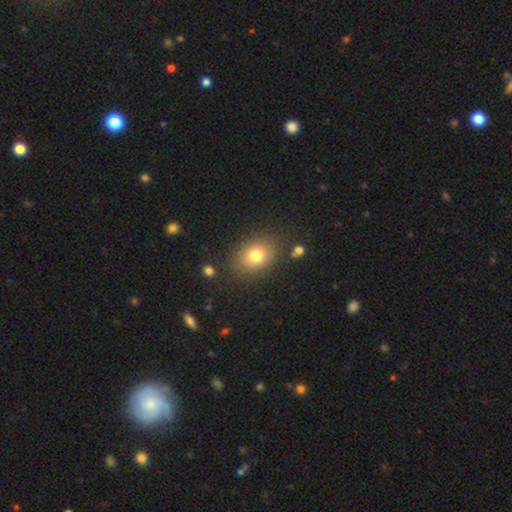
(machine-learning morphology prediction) The model was most divided on "how rounded": in between: 53%, round: 46%, cigar-shaped: 1%. More confident: merging — none (83%); smooth or featured — smooth (77%).